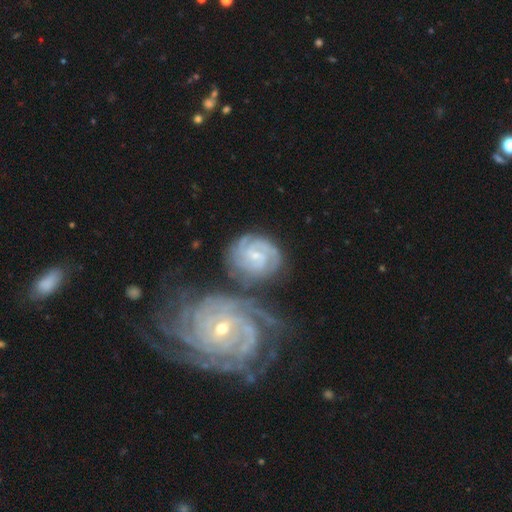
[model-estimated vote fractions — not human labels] Overall: featured or disk (87%). Edge-on disk: no (98%). Bar: weak (46%; no 42%). Spiral arms: yes (97%). Spiral arm count: 3 (37%; can't tell 18%). Spiral winding: tight (69%). Bulge size: small (68%). Merging: none (52%; merger 27%).